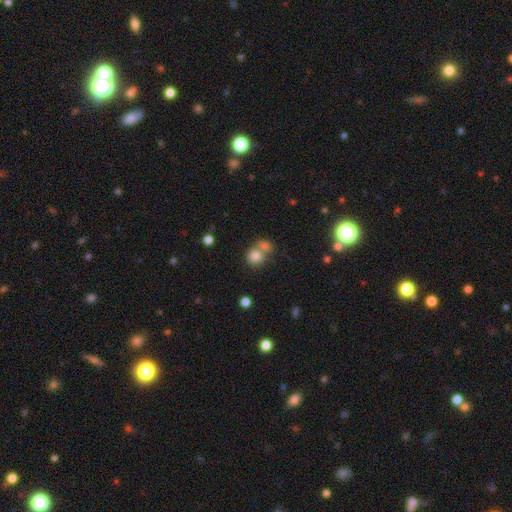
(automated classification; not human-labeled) Smooth or featured: smooth — 80% (star or artifact — 11%)
How rounded: round — 79% (in between — 20%)
Merging: merger — 45% (none — 43%)